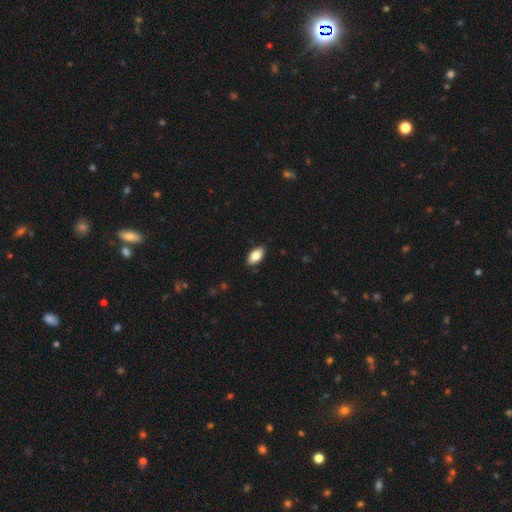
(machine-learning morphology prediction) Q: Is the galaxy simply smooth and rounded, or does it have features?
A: smooth — 84%.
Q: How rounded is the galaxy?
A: in between — 92%.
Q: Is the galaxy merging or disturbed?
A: none — 86%.